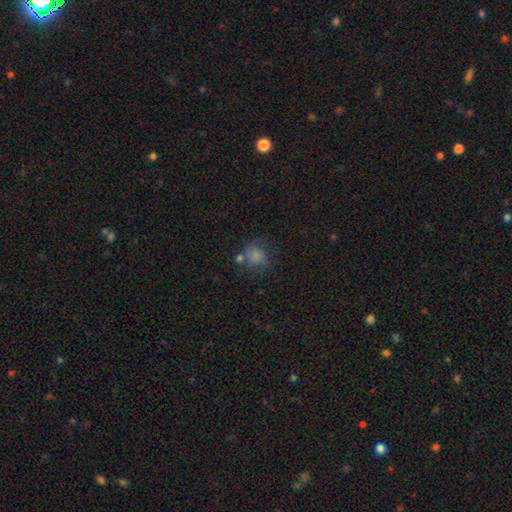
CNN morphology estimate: smooth-or-featured: smooth: 74% | star or artifact: 13% | featured or disk: 13%
  how-rounded: round: 79% | in between: 20% | cigar-shaped: 1%
  merging: none: 55% | minor disturbance: 21% | merger: 13% | major disturbance: 12%